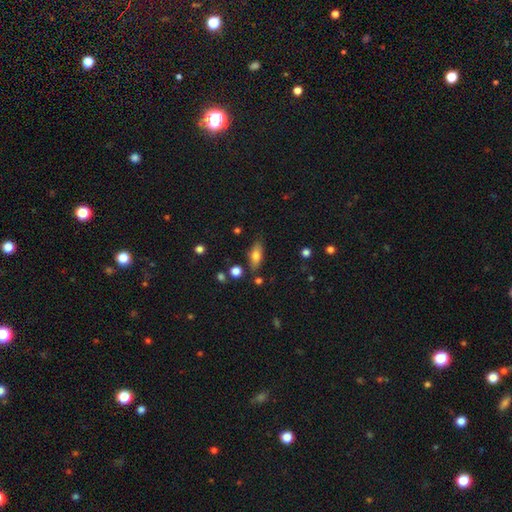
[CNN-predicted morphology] A smooth galaxy with no disk features (71%) that is in between round and cigar-shaped (72%). Merging: none (80%).